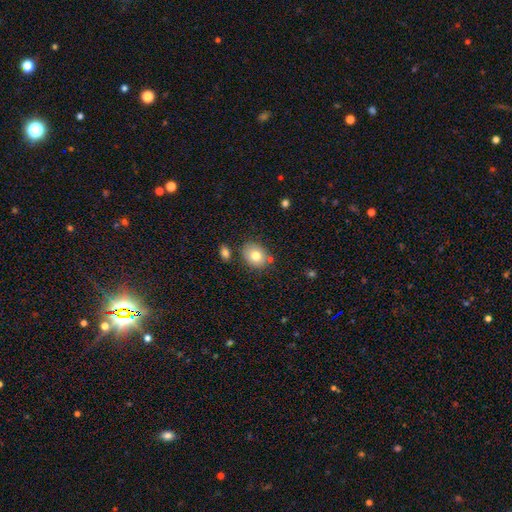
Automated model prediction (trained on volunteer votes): The model was most divided on "how rounded": in between: 55%, round: 44%, cigar-shaped: 1%. More confident: smooth or featured — smooth (78%); merging — none (77%).